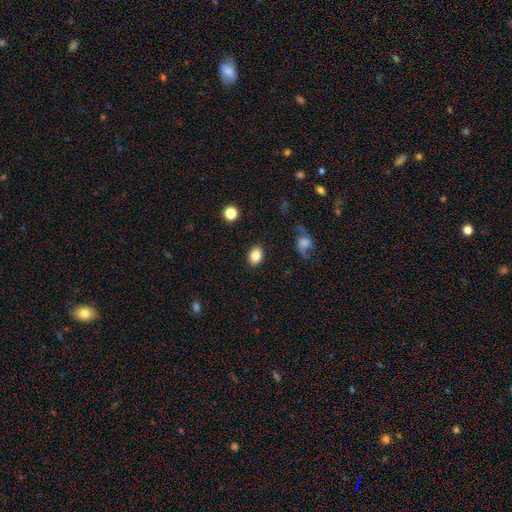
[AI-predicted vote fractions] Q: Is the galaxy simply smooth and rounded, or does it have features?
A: smooth — 84%.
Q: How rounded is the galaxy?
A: in between — 71%.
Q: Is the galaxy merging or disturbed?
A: none — 87%.